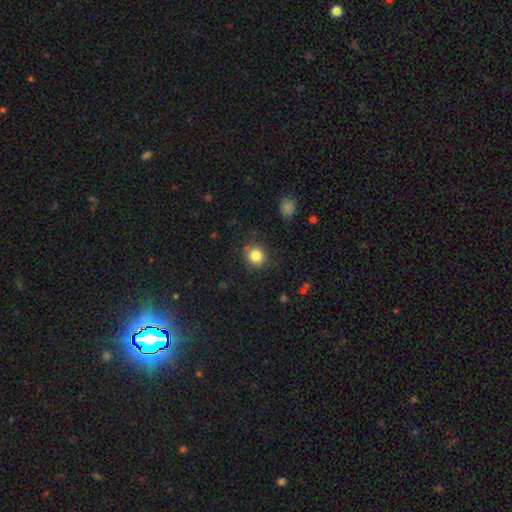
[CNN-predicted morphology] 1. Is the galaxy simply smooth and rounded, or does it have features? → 84% smooth, 11% star or artifact, 5% featured or disk.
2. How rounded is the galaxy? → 87% round, 12% in between, 1% cigar-shaped.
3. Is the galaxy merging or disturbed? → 83% none, 10% minor disturbance, 3% major disturbance, 3% merger.